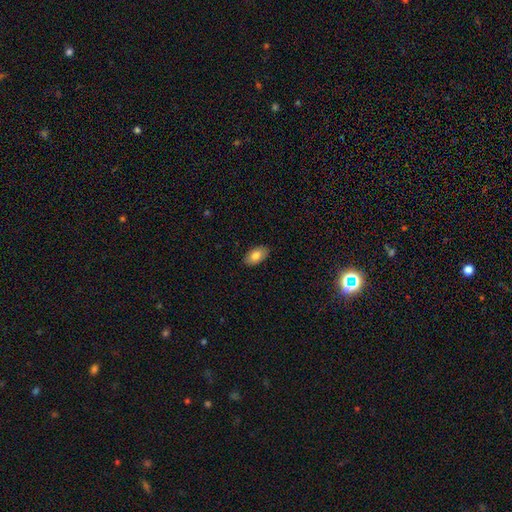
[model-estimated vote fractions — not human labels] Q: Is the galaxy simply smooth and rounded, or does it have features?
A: smooth — 81%.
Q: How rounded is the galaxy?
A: in between — 94%.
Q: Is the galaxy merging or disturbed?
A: none — 88%.